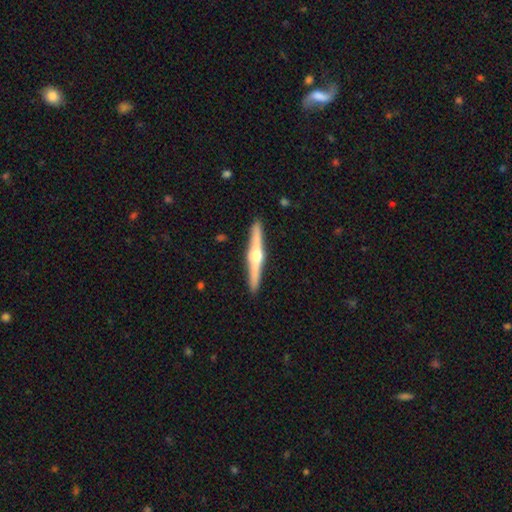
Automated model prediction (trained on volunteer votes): Smooth or featured? featured or disk (77%)
Edge-on disk? yes (98%)
Edge-on bulge? rounded (96%)
Merging? none (92%)